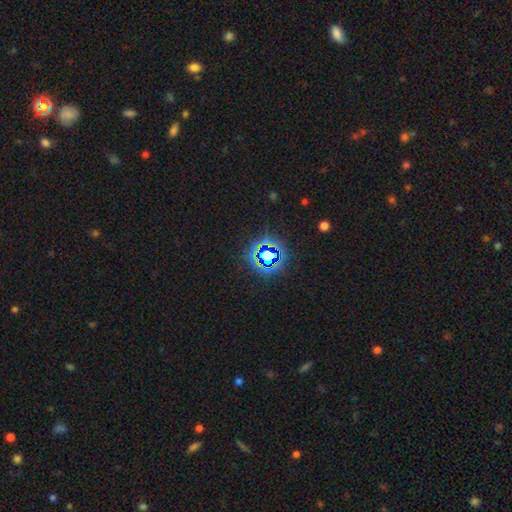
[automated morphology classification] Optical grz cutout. It shows a star or artifact, not a galaxy (77%).